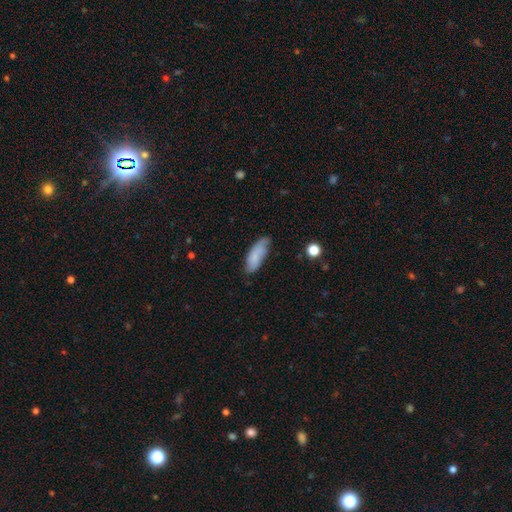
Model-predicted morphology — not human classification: smooth_or_featured: smooth (p=0.70) [alt: featured or disk p=0.22]
how_rounded: in between (p=0.73) [alt: cigar-shaped p=0.25]
merging: none (p=0.62) [alt: minor disturbance p=0.29]